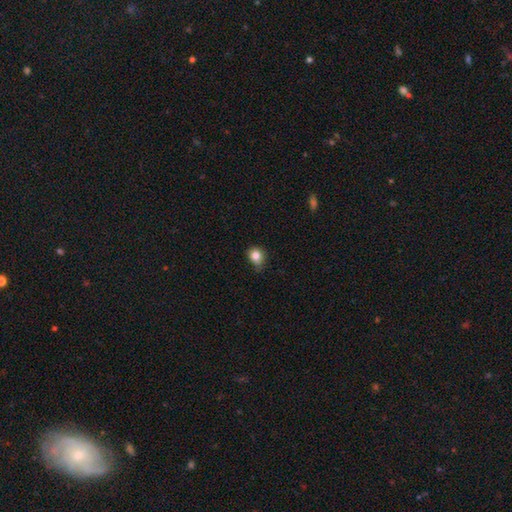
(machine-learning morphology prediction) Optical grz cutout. It shows a smooth galaxy with no disk features (81%) that is round (70%). Merging: none (62%).